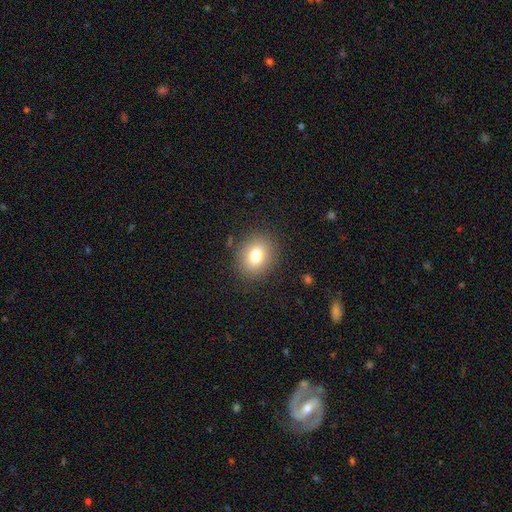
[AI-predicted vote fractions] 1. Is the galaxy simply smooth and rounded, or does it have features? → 77% smooth, 11% star or artifact, 11% featured or disk.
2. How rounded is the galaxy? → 62% round, 37% in between, 1% cigar-shaped.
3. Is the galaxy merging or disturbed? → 86% none, 9% minor disturbance, 4% major disturbance, 1% merger.